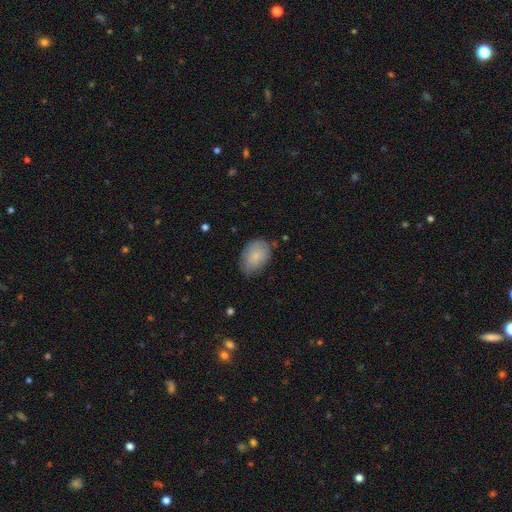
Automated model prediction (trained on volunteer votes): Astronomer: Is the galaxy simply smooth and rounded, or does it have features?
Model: smooth — 80%.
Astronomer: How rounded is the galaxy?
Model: in between — 85%.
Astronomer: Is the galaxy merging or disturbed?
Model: none — 72%.